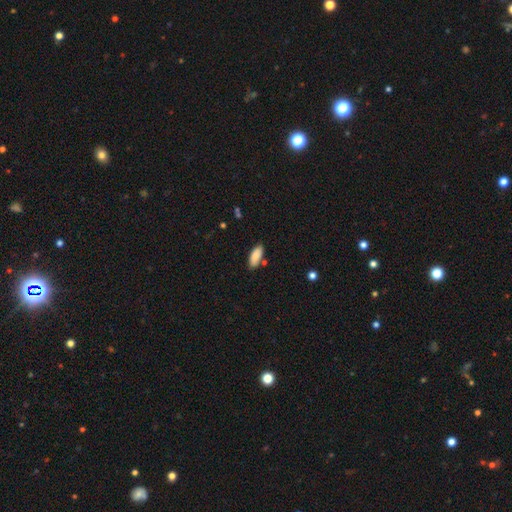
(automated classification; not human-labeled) smooth-or-featured: smooth: 87% | featured or disk: 6% | star or artifact: 6%
  how-rounded: in between: 80% | cigar-shaped: 18% | round: 2%
  merging: none: 79% | minor disturbance: 13% | merger: 5% | major disturbance: 2%